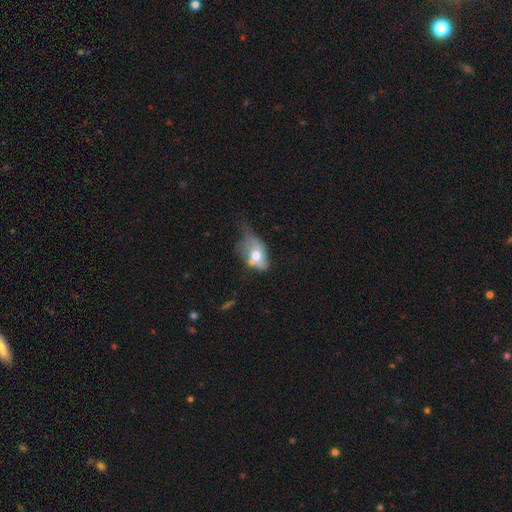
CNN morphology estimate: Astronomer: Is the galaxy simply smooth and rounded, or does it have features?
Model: smooth — 60%.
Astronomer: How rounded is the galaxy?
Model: in between — 81%.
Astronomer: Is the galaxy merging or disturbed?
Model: major disturbance — 33% (runner-up: minor disturbance, 31%).